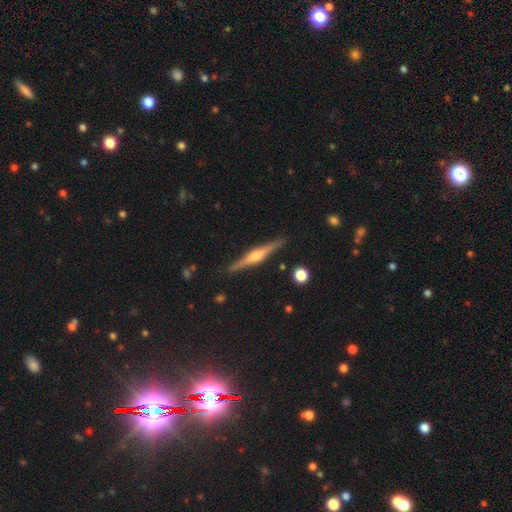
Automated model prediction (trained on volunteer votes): A featured or disk galaxy (78%) viewed edge-on (98%) with a rounded central bulge (85%).

Vote fractions:
- Smooth or featured? featured or disk: 78% / smooth: 16% / star or artifact: 6%
- Edge-on disk? yes: 98% / no: 2%
- Edge-on bulge? rounded: 85% / boxy: 10% / none: 5%
- Merging? none: 90% / minor disturbance: 7% / major disturbance: 1% / merger: 1%